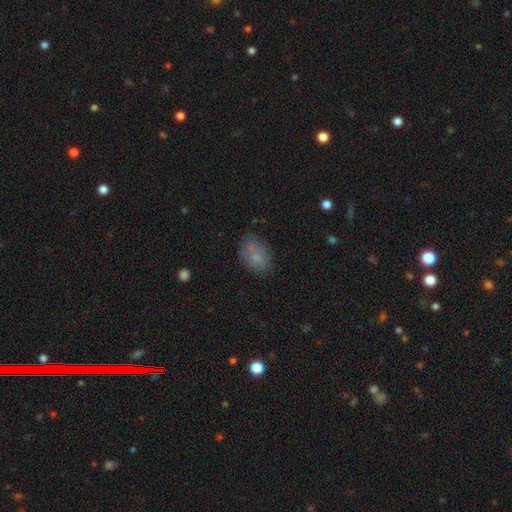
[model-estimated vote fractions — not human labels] Smooth or featured: smooth — 72% (featured or disk — 18%)
How rounded: in between — 85% (round — 14%)
Merging: none — 67% (minor disturbance — 20%)